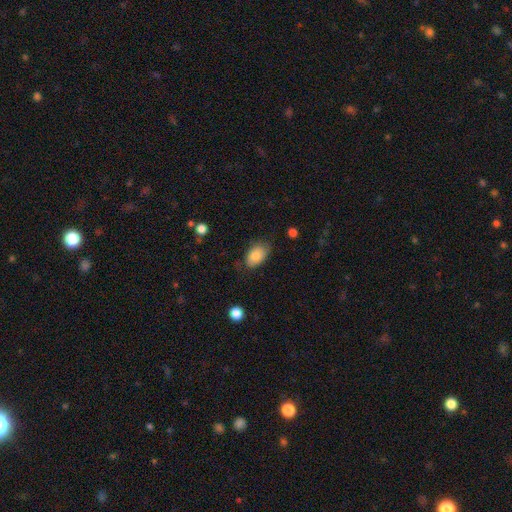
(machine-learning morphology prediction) A smooth galaxy with no disk features (84%) that is in between round and cigar-shaped (90%). Merging: none (73%).